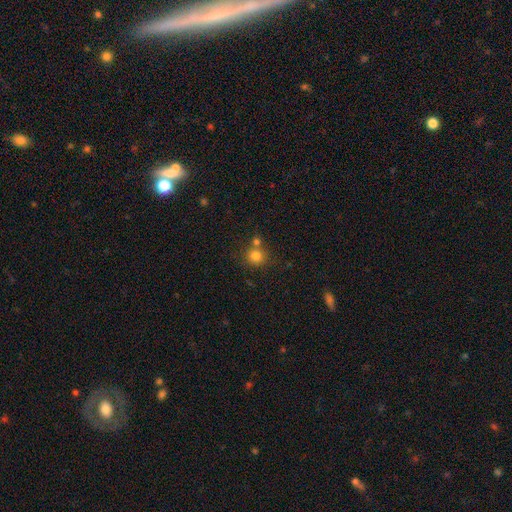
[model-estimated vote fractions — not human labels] Q: Smooth or featured?
A: smooth (81%); runner-up: star or artifact (13%)
Q: How rounded?
A: round (89%); runner-up: in between (10%)
Q: Merging?
A: none (64%); runner-up: merger (25%)